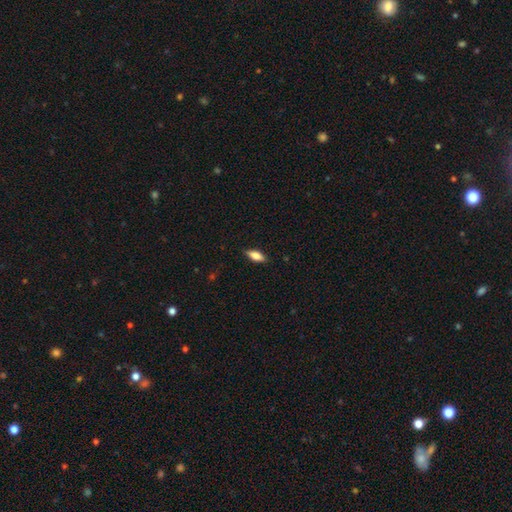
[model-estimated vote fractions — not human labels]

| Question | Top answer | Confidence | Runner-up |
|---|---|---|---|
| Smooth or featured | smooth | 75% | featured or disk (18%) |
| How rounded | in between | 76% | cigar-shaped (21%) |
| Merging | none | 86% | minor disturbance (10%) |